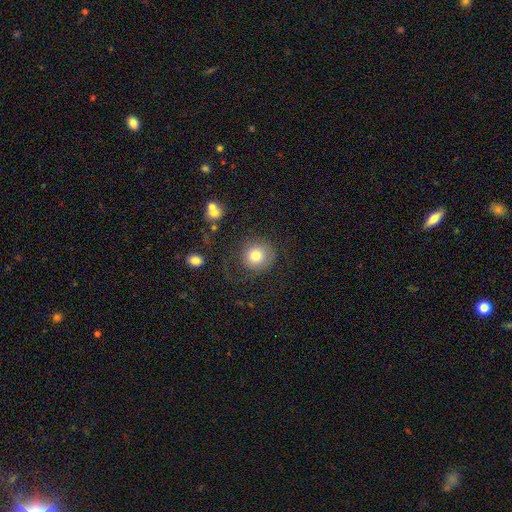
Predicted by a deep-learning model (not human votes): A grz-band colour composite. It shows a smooth galaxy with no disk features (77%) that is round (87%). Merging: none (64%).